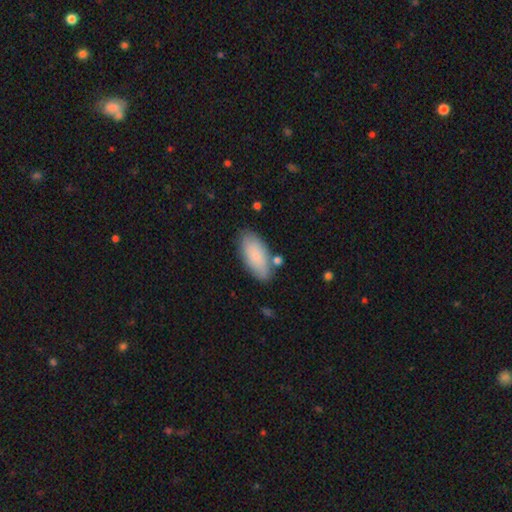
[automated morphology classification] Smooth or featured: smooth — 83% (featured or disk — 11%)
How rounded: in between — 89% (cigar-shaped — 9%)
Merging: none — 78% (minor disturbance — 14%)